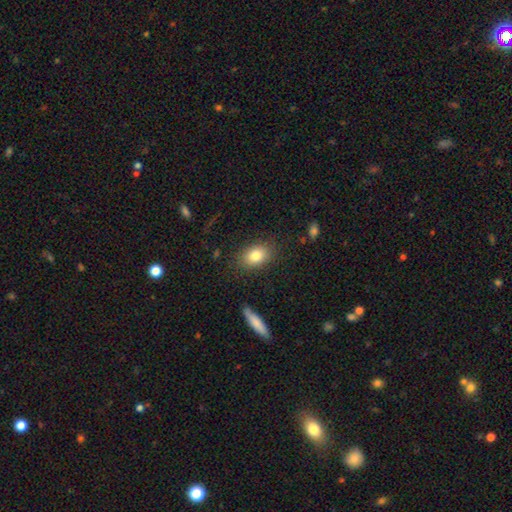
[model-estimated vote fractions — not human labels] Smooth or featured? smooth (81%)
How rounded? in between (79%)
Merging? none (84%)